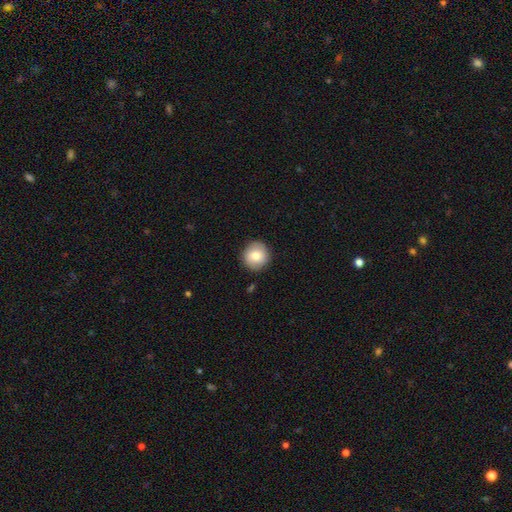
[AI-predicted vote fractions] This appears to be a smooth galaxy with no disk features (79%) that is round (93%). Merging: none (89%).